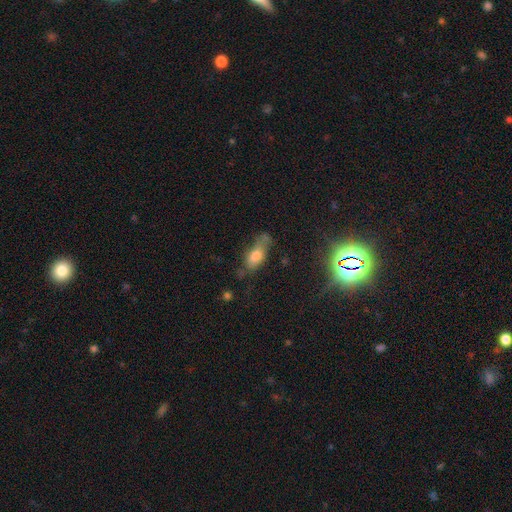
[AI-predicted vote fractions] A smooth galaxy with no disk features (68%) that is in between round and cigar-shaped (79%). Merging: none (40%).